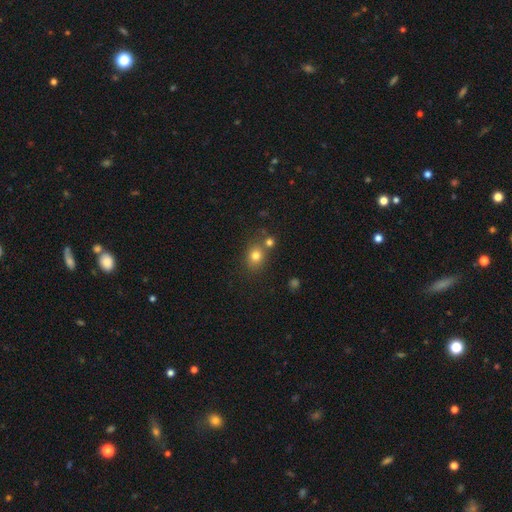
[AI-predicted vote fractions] This appears to be a smooth galaxy with no disk features (78%) that is round (65%). Merging: none (65%).